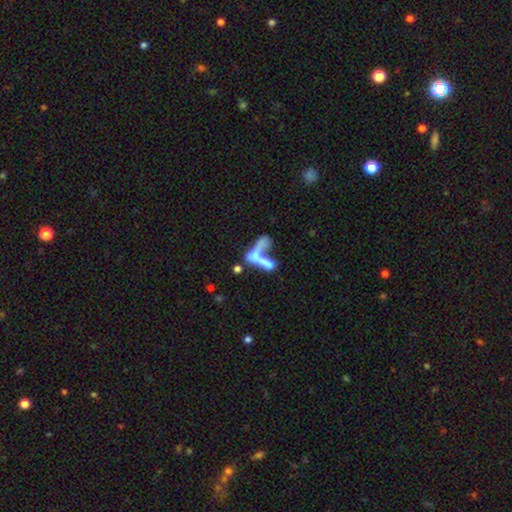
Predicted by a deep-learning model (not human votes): Smooth or featured? smooth (50%)
Merging? merger (63%)